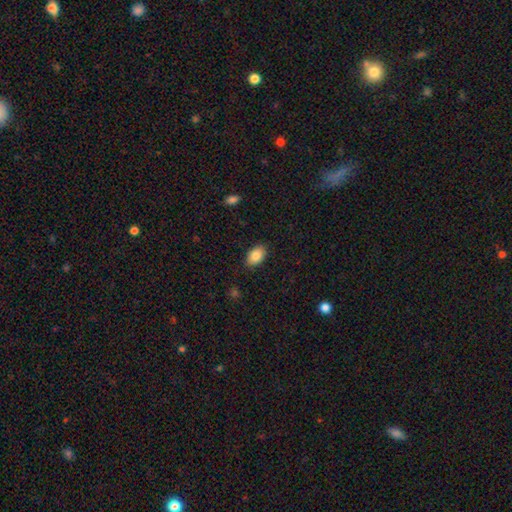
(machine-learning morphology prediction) smooth-or-featured: smooth: 86% | star or artifact: 7% | featured or disk: 7%
  how-rounded: in between: 90% | round: 9% | cigar-shaped: 1%
  merging: none: 86% | minor disturbance: 11% | major disturbance: 2% | merger: 1%